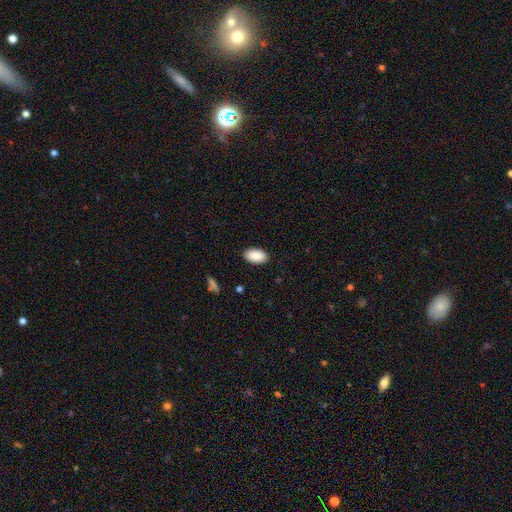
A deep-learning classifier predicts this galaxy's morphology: The model was most divided on "merging": none: 89%, minor disturbance: 8%, major disturbance: 2%, merger: 1%. More confident: how rounded — in between (95%); smooth or featured — smooth (91%).